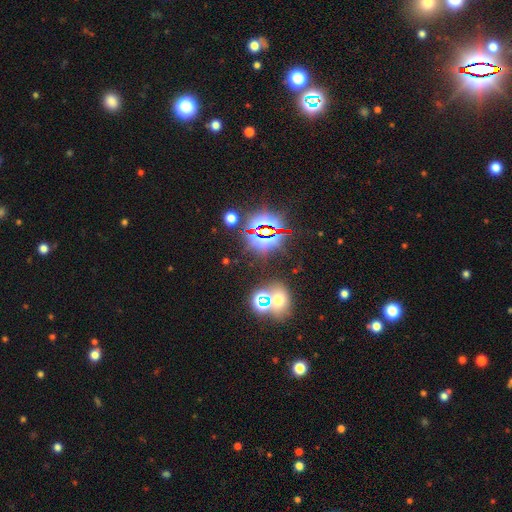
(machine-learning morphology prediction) A star or artifact, not a galaxy (77%).

Vote fractions:
- Smooth or featured? star or artifact: 77% / smooth: 15% / featured or disk: 8%